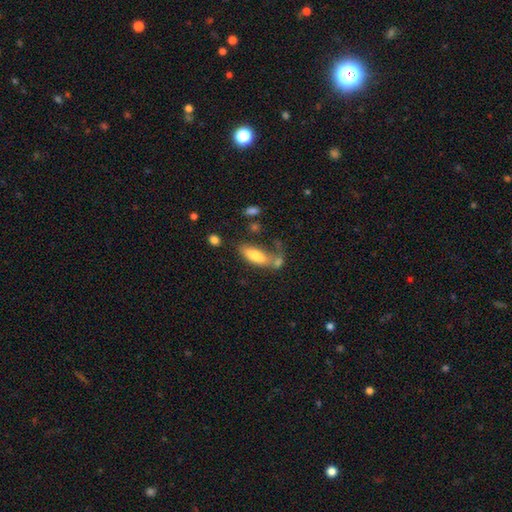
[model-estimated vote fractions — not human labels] smooth_or_featured: smooth (p=0.76) [alt: featured or disk p=0.17]
how_rounded: in between (p=0.70) [alt: cigar-shaped p=0.28]
merging: none (p=0.42) [alt: merger p=0.27]